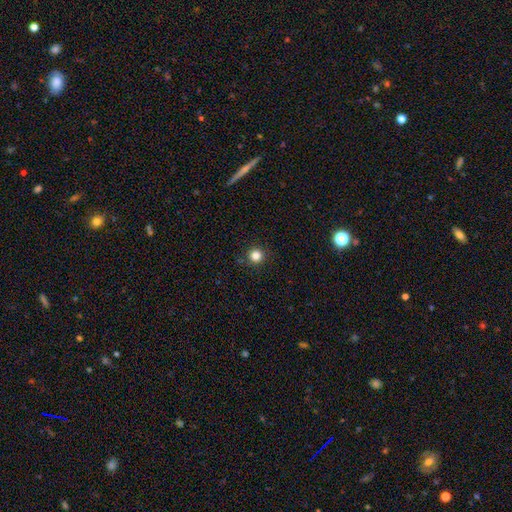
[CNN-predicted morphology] This is clearly a smooth galaxy (83%). How rounded: clearly round (95%). Merging: clearly none (91%).